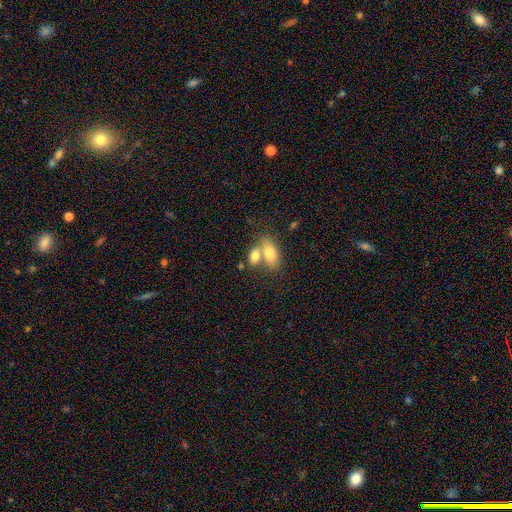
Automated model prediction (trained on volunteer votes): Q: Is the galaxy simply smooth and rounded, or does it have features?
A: smooth — 78%.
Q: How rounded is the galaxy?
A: in between — 85%.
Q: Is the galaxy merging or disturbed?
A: merger — 55%.